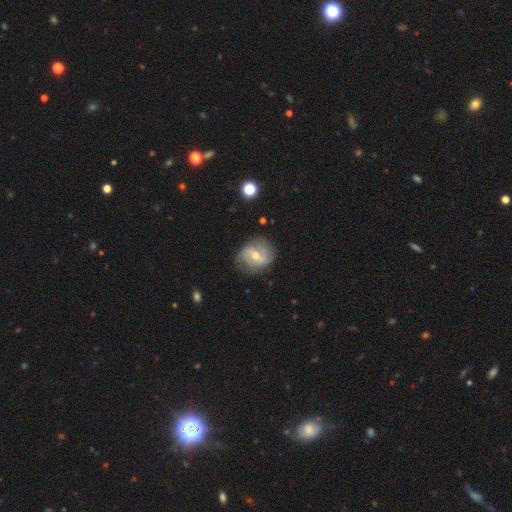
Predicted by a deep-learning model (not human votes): Overall: featured or disk (76%). Edge-on disk: no (97%). Bar: weak (49%; strong 29%). Spiral arms: yes (89%). Spiral arm count: 2 (64%). Spiral winding: medium (42%; tight 30%). Bulge size: moderate (54%; small 42%). Merging: none (77%).